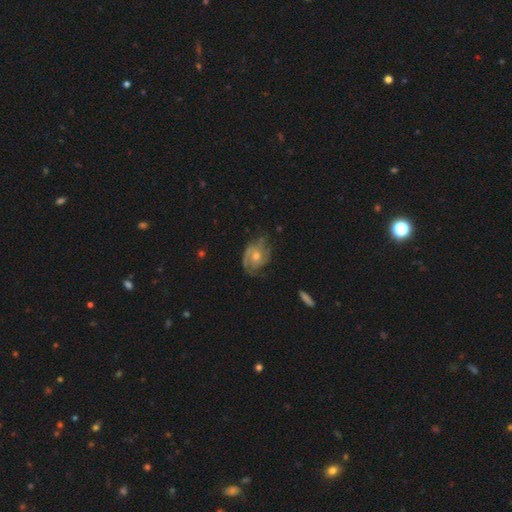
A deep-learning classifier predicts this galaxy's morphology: Smooth or featured: featured or disk — 77% (smooth — 15%)
Edge-on disk: no — 97% (yes — 3%)
Bar: no — 72% (weak — 24%)
Spiral arms: yes — 91% (no — 9%)
Spiral winding: tight — 44% (medium — 40%)
Spiral arm count: 2 — 39% (can't tell — 26%)
Bulge size: moderate — 60% (small — 35%)
Merging: none — 64% (minor disturbance — 23%)